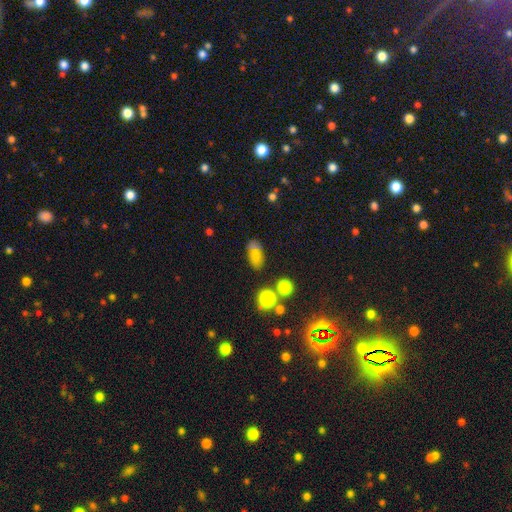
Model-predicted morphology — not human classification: Overall: smooth (71%). How rounded: in between (84%). Merging: none (56%; merger 18%).